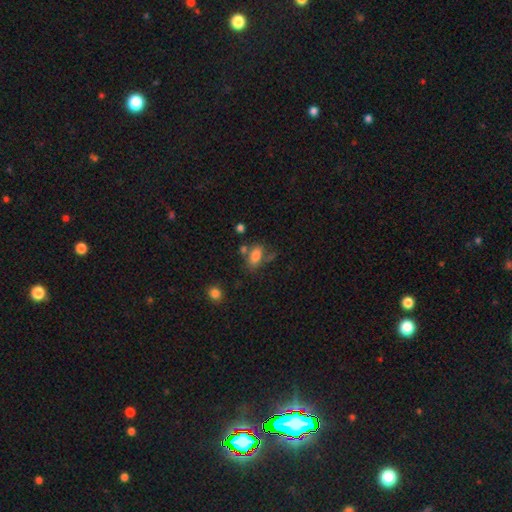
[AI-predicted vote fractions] Smooth or featured? Predicted: smooth (p=0.76). How rounded? Predicted: in between (p=0.87). Merging? Predicted: none (p=0.50).